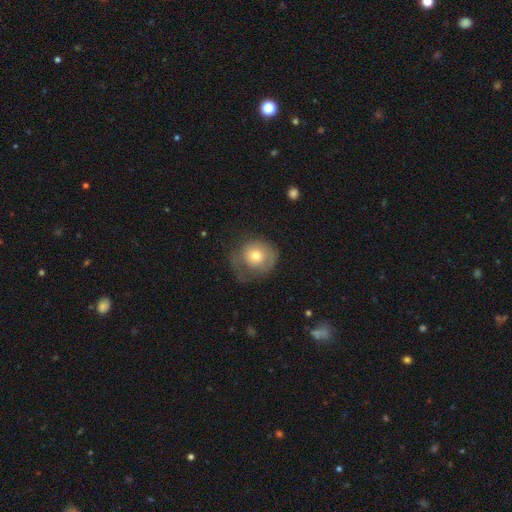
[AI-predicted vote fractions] Smooth or featured: smooth — 60% (featured or disk — 32%)
How rounded: round — 82% (in between — 17%)
Merging: none — 45% (minor disturbance — 28%)